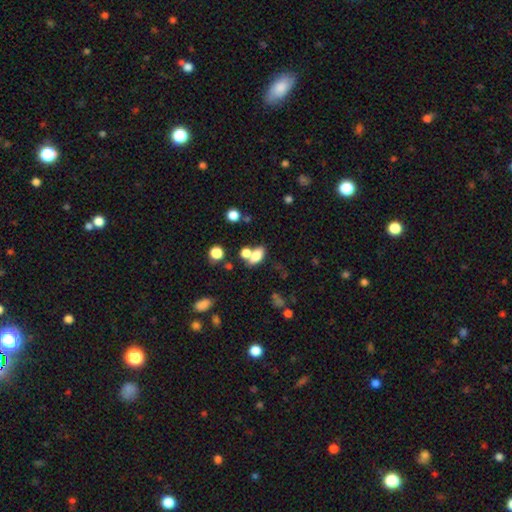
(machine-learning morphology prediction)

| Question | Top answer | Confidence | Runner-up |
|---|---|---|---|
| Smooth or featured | smooth | 75% | featured or disk (13%) |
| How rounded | in between | 83% | round (12%) |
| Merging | none | 44% | merger (39%) |